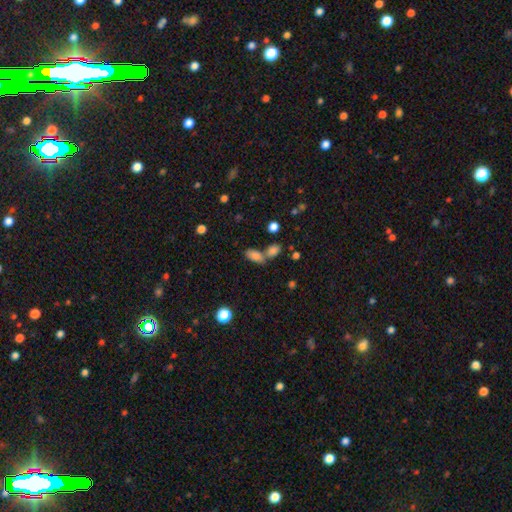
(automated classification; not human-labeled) A smooth galaxy with no disk features (81%) that is in between round and cigar-shaped (88%). Merging: none (45%).